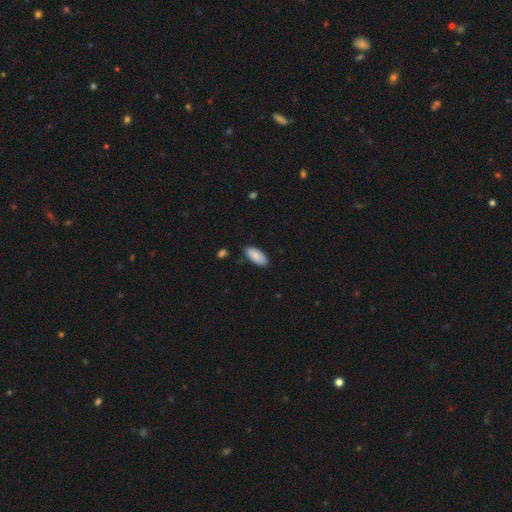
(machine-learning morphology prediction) A smooth galaxy with no disk features (87%) that is in between round and cigar-shaped (90%).

Vote fractions:
- Smooth or featured? smooth: 87% / featured or disk: 7% / star or artifact: 6%
- How rounded? in between: 90% / cigar-shaped: 8% / round: 2%
- Merging? none: 82% / minor disturbance: 14% / major disturbance: 2% / merger: 2%